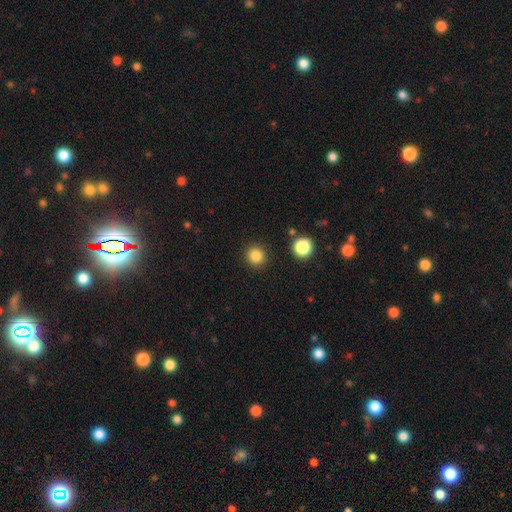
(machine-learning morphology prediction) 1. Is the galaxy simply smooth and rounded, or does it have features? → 85% smooth, 12% star or artifact, 4% featured or disk.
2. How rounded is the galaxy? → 92% round, 7% in between, 1% cigar-shaped.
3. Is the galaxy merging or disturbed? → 91% none, 5% minor disturbance, 2% major disturbance, 2% merger.